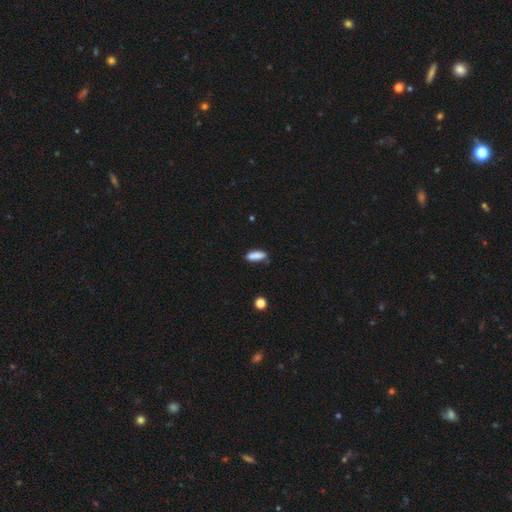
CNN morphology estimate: Overall: smooth (86%). How rounded: in between (58%; cigar-shaped 40%). Merging: none (69%).